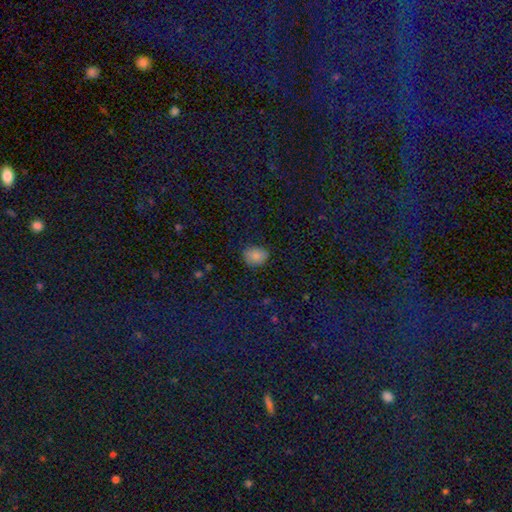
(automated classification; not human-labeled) Smooth or featured?
  - smooth: 83% *
  - star or artifact: 10%
  - featured or disk: 6%
How rounded?
  - round: 53% *
  - in between: 46%
  - cigar-shaped: 1%
Merging?
  - none: 82% *
  - minor disturbance: 14%
  - major disturbance: 3%
  - merger: 1%